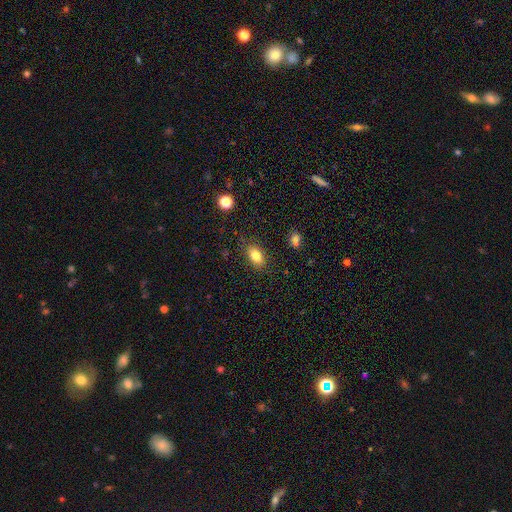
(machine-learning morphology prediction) Smooth or featured?
  - smooth: 82% *
  - star or artifact: 9%
  - featured or disk: 9%
How rounded?
  - in between: 87% *
  - round: 10%
  - cigar-shaped: 3%
Merging?
  - none: 84% *
  - minor disturbance: 11%
  - major disturbance: 3%
  - merger: 2%